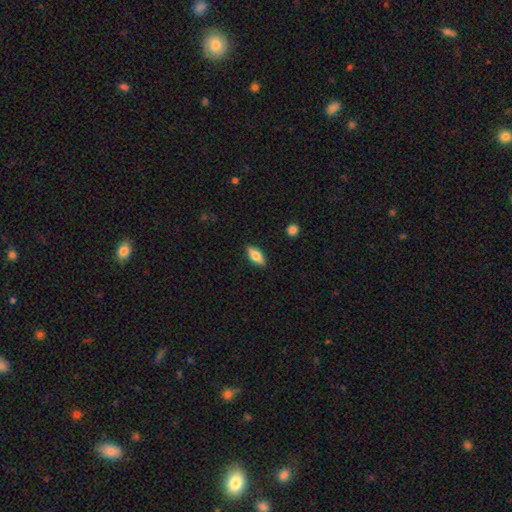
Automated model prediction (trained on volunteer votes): smooth_or_featured: smooth (p=0.63) [alt: featured or disk p=0.30]
how_rounded: in between (p=0.70) [alt: cigar-shaped p=0.27]
merging: none (p=0.87) [alt: minor disturbance p=0.09]